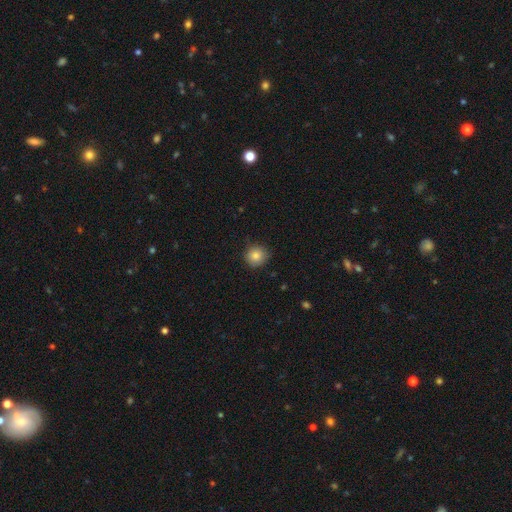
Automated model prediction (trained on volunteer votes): Q: Smooth or featured?
A: smooth (84%); runner-up: star or artifact (10%)
Q: How rounded?
A: round (91%); runner-up: in between (8%)
Q: Merging?
A: none (82%); runner-up: minor disturbance (14%)